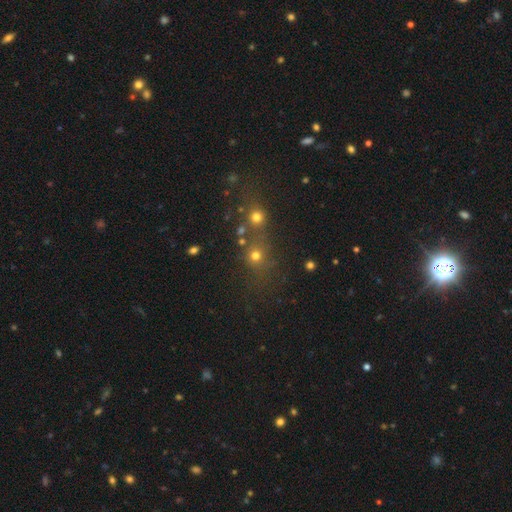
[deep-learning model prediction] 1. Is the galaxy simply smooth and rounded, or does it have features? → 69% smooth, 22% star or artifact, 8% featured or disk.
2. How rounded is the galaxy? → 87% round, 12% in between, 1% cigar-shaped.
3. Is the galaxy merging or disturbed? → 60% none, 25% merger, 9% minor disturbance, 6% major disturbance.